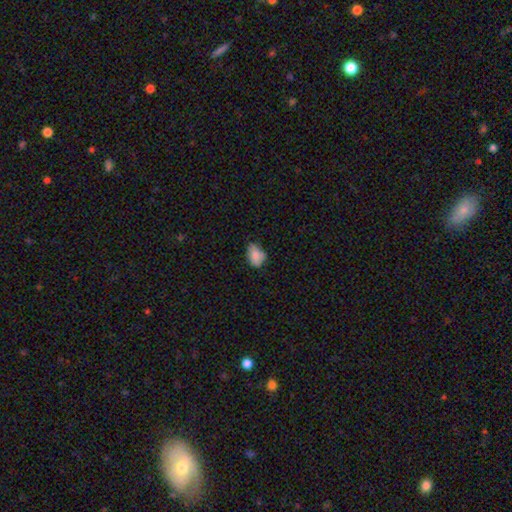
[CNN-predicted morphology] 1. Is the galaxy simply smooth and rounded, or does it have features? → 80% smooth, 12% featured or disk, 8% star or artifact.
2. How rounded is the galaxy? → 83% in between, 15% round, 2% cigar-shaped.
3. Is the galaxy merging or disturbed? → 53% none, 37% minor disturbance, 8% major disturbance, 2% merger.